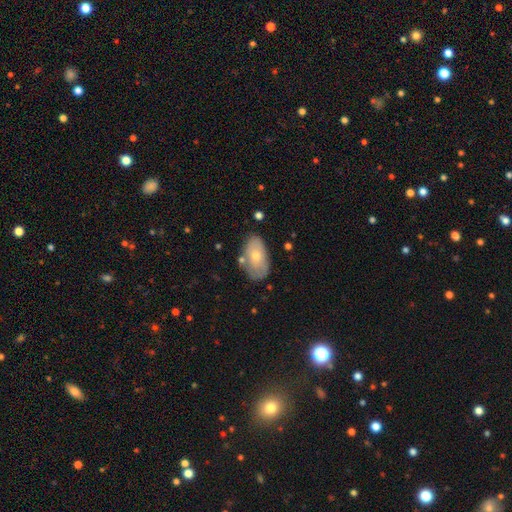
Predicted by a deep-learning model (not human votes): Overall: smooth (59%; featured or disk 33%). How rounded: in between (92%). Merging: none (69%).